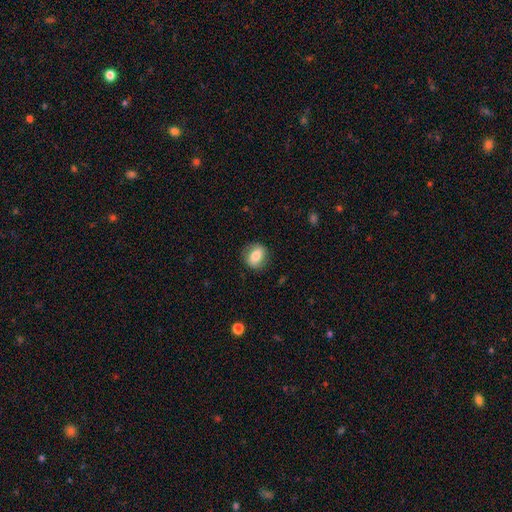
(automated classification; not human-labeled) A smooth galaxy with no disk features (74%) that is round (54%).

Vote fractions:
- Smooth or featured? smooth: 74% / featured or disk: 18% / star or artifact: 8%
- How rounded? round: 54% / in between: 44% / cigar-shaped: 2%
- Merging? none: 84% / minor disturbance: 12% / major disturbance: 3% / merger: 1%